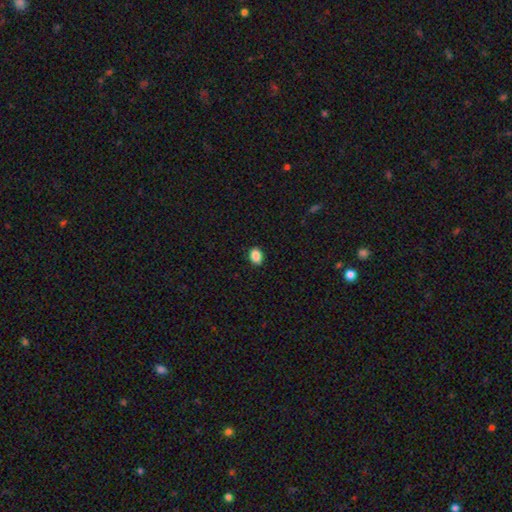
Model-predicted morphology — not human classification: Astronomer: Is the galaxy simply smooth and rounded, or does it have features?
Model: smooth — 88%.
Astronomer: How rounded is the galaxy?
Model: in between — 71%.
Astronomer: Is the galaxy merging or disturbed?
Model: none — 90%.